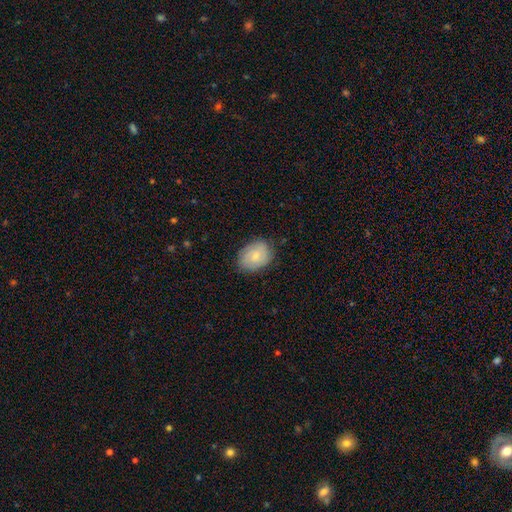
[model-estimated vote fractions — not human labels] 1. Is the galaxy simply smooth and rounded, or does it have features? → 63% smooth, 30% featured or disk, 7% star or artifact.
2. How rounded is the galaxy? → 71% in between, 28% round, 1% cigar-shaped.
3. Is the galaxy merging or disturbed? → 80% none, 16% minor disturbance, 3% major disturbance, 1% merger.